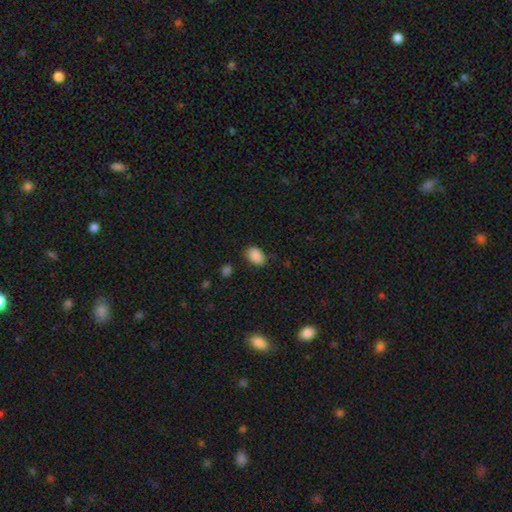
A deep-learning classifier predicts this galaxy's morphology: A smooth galaxy with no disk features (88%) that is in between round and cigar-shaped (84%). Merging: none (77%).